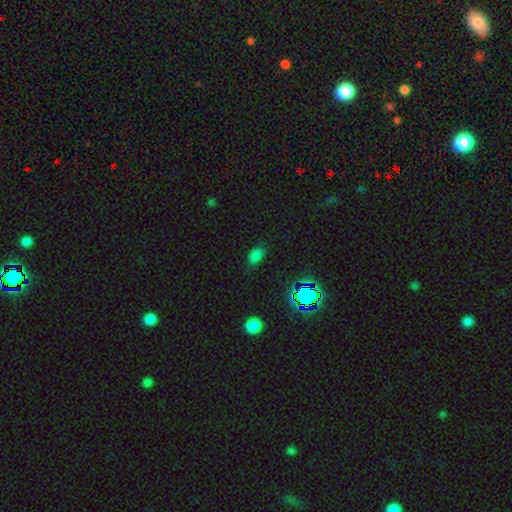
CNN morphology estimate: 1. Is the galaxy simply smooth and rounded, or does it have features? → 70% smooth, 22% star or artifact, 7% featured or disk.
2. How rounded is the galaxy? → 88% in between, 8% round, 4% cigar-shaped.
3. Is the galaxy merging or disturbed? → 77% none, 17% minor disturbance, 4% major disturbance, 2% merger.